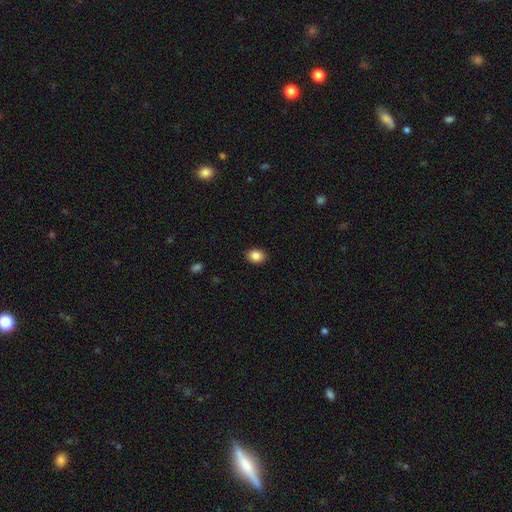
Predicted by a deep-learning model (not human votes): Overall: smooth (86%). How rounded: in between (57%; round 42%). Merging: none (89%).